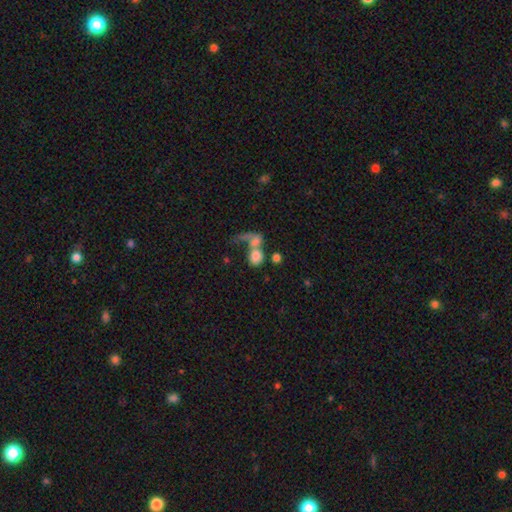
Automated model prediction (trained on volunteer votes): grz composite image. It shows a smooth galaxy with no disk features (69%) that is in between round and cigar-shaped (51%). Merging: merger (56%).